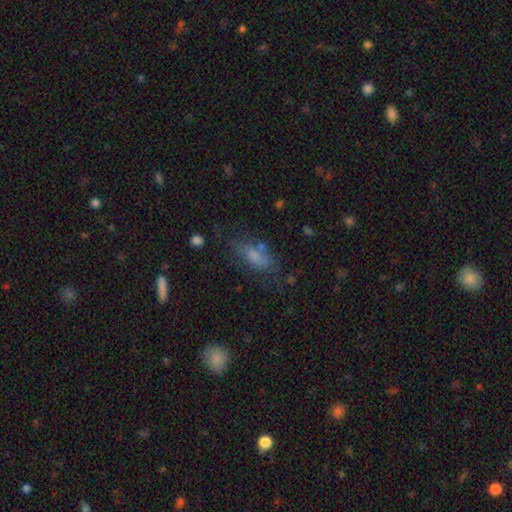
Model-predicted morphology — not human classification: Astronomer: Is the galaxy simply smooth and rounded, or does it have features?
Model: smooth — 70%.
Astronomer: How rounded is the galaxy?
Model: in between — 79%.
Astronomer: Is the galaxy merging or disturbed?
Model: none — 59%.